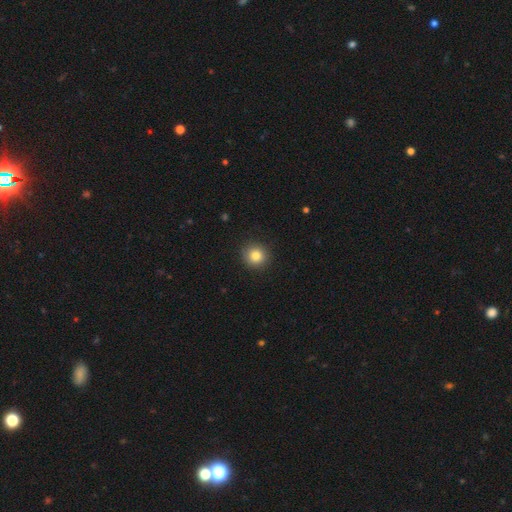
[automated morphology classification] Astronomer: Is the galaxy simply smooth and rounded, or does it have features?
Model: smooth — 83%.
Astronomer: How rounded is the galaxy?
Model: round — 92%.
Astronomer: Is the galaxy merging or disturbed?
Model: none — 91%.